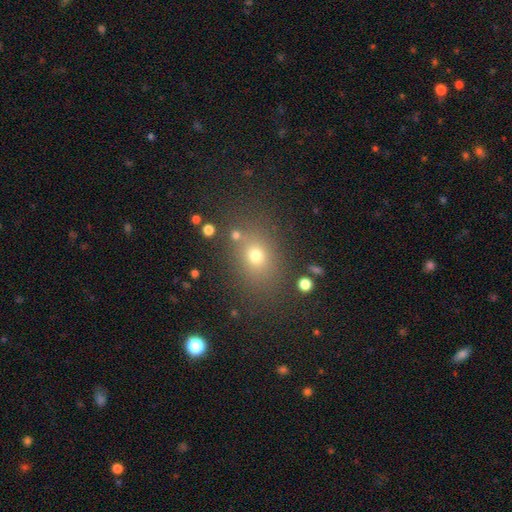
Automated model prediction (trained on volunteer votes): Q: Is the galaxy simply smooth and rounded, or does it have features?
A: smooth — 68%.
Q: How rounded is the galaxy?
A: in between — 52%.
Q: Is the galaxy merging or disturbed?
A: none — 78%.